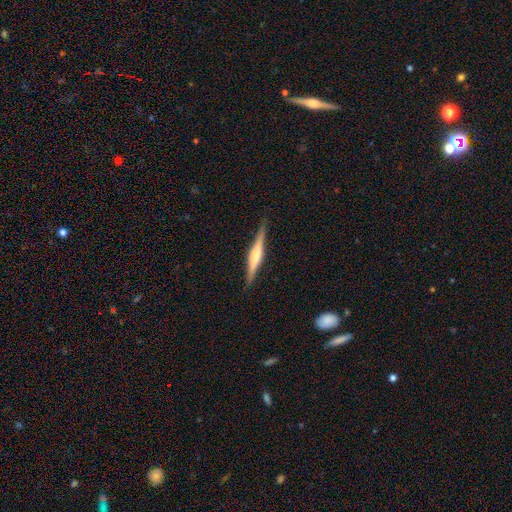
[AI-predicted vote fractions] smooth_or_featured: featured or disk (p=0.69) [alt: smooth p=0.25]
disk_edge_on: yes (p=0.98) [alt: no p=0.02]
edge_on_bulge: rounded (p=0.68) [alt: boxy p=0.22]
merging: none (p=0.89) [alt: minor disturbance p=0.08]